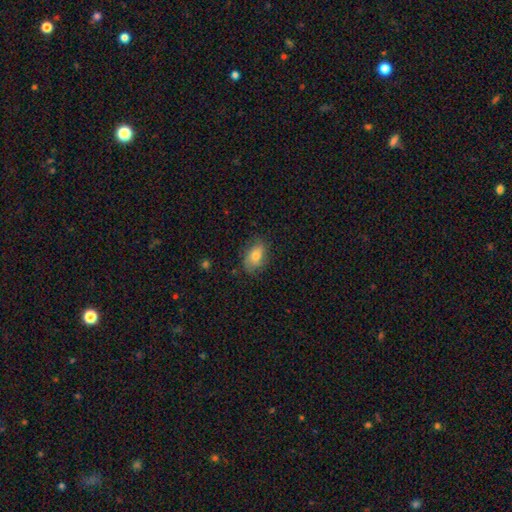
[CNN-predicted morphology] A smooth galaxy with no disk features (70%) that is in between round and cigar-shaped (86%).

Vote fractions:
- Smooth or featured? smooth: 70% / featured or disk: 22% / star or artifact: 8%
- How rounded? in between: 86% / round: 12% / cigar-shaped: 2%
- Merging? none: 74% / minor disturbance: 20% / major disturbance: 5% / merger: 1%